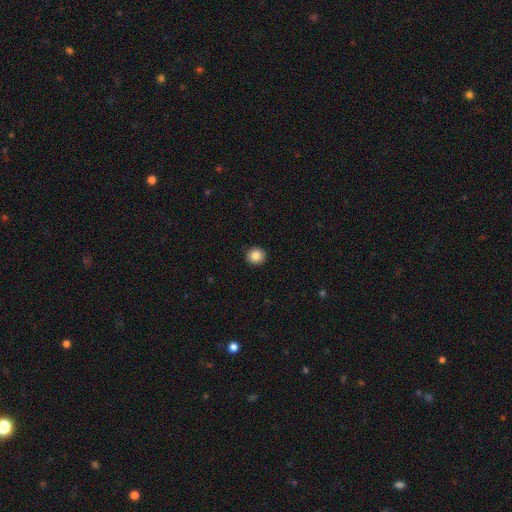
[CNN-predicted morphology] Overall: smooth (86%). How rounded: round (89%). Merging: none (93%).